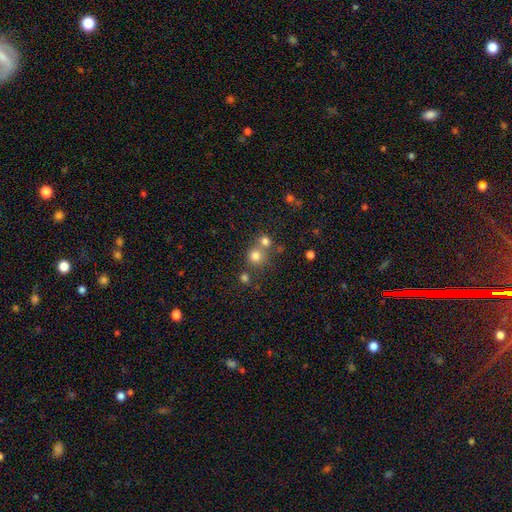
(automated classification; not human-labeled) smooth 76%, star or artifact 16%, featured or disk 9%. Down the decision tree: how rounded — round (89%); merging — none (56%).